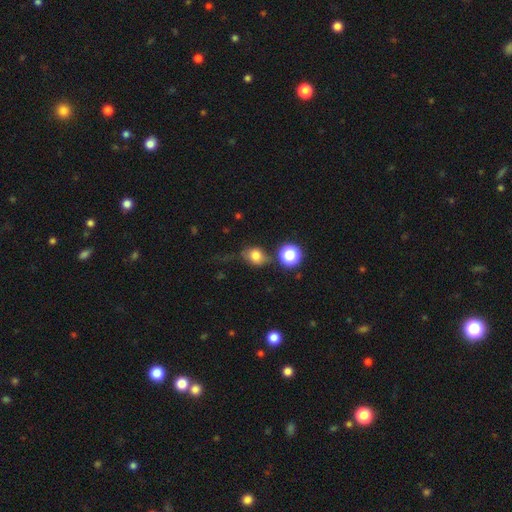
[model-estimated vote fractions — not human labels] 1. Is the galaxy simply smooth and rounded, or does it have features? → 72% smooth, 15% star or artifact, 13% featured or disk.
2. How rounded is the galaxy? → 54% round, 44% in between, 2% cigar-shaped.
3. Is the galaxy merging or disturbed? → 54% none, 23% minor disturbance, 13% major disturbance, 9% merger.